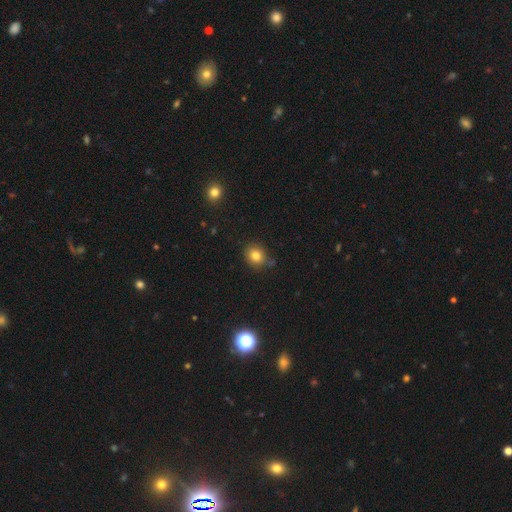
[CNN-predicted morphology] Smooth or featured? Predicted: smooth (p=0.82). How rounded? Predicted: round (p=0.79). Merging? Predicted: none (p=0.81).